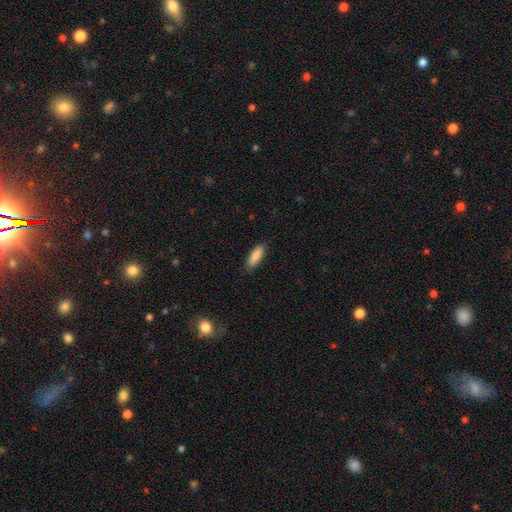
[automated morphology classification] Q: Smooth or featured?
A: smooth (88%); runner-up: featured or disk (6%)
Q: How rounded?
A: in between (56%); runner-up: cigar-shaped (42%)
Q: Merging?
A: none (85%); runner-up: minor disturbance (12%)